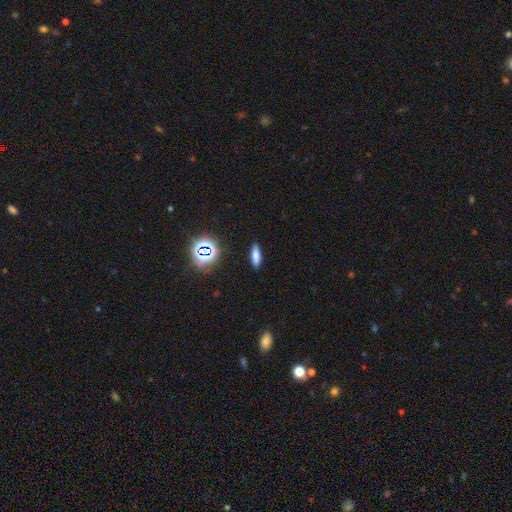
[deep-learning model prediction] A smooth galaxy with no disk features (73%) that is cigar-shaped (49%). Merging: none (88%).